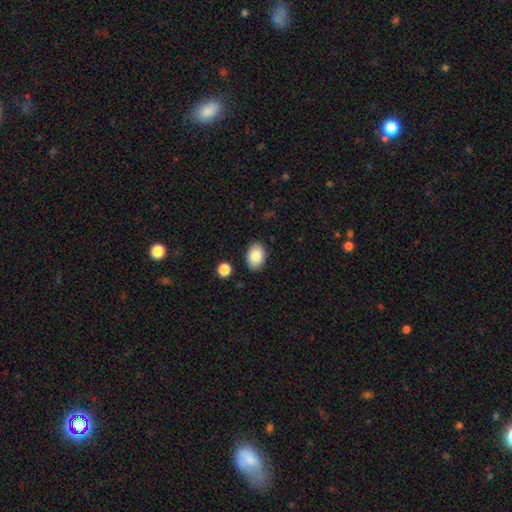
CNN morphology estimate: This appears to be a smooth galaxy with no disk features (86%) that is in between round and cigar-shaped (83%). Merging: none (86%).